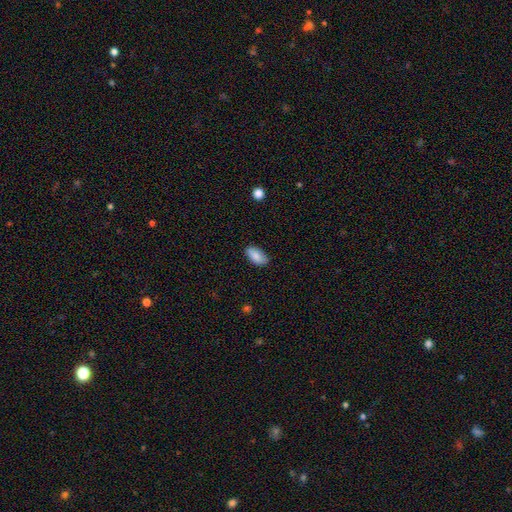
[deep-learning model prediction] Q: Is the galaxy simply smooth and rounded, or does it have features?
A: smooth — 85%.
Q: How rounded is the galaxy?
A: in between — 93%.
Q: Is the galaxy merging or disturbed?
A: none — 83%.